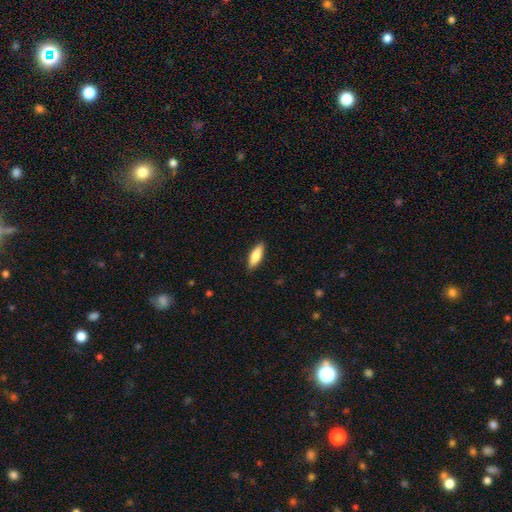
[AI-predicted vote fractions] Morphology: type=smooth (80%); roundness=in between (54%); merging=none (88%).